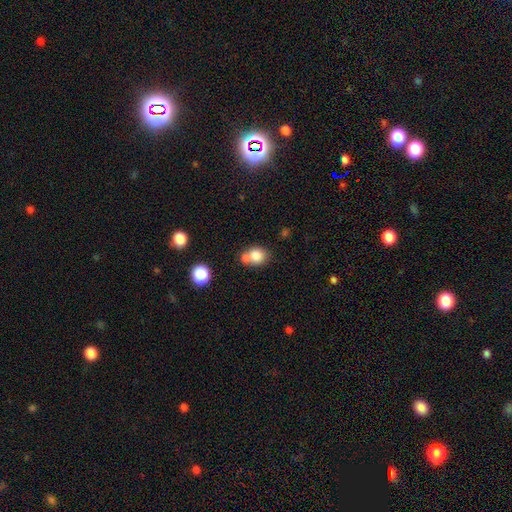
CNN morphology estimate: smooth 80%, featured or disk 10%, star or artifact 10%. Down the decision tree: how rounded — round (67%); merging — none (50%).